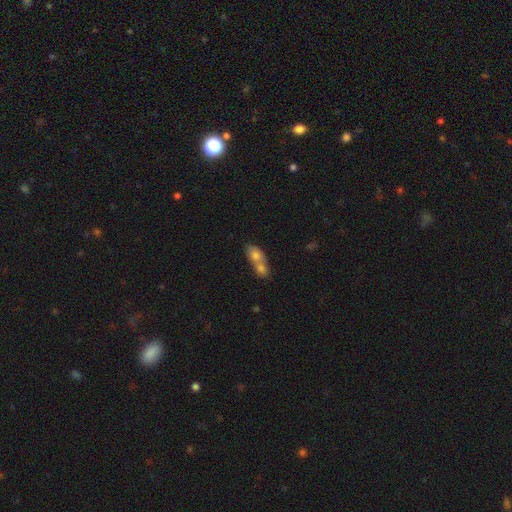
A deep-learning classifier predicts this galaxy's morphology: Smooth or featured: smooth — 74% (featured or disk — 18%)
How rounded: in between — 74% (round — 21%)
Merging: merger — 74% (none — 17%)